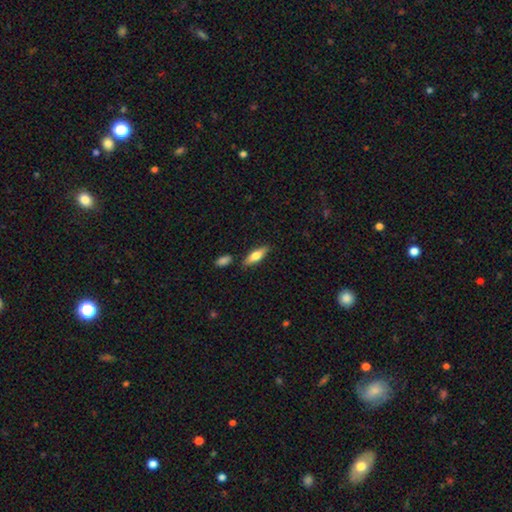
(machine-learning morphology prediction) A smooth galaxy with no disk features (62%) that is in between round and cigar-shaped (52%). Merging: none (82%).